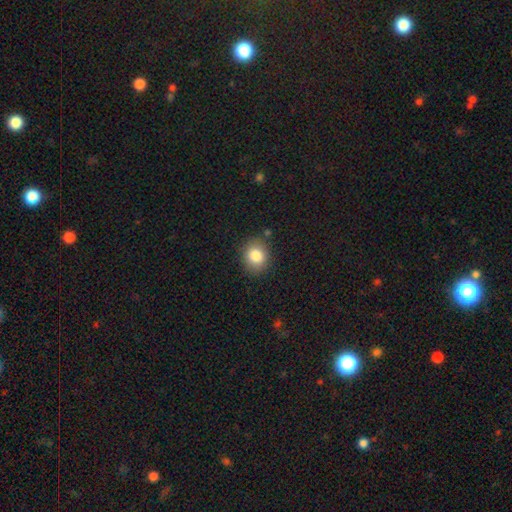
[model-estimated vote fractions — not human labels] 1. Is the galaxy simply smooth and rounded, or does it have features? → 83% smooth, 10% star or artifact, 7% featured or disk.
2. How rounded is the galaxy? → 65% round, 34% in between, 1% cigar-shaped.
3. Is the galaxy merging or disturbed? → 84% none, 11% minor disturbance, 3% major disturbance, 2% merger.